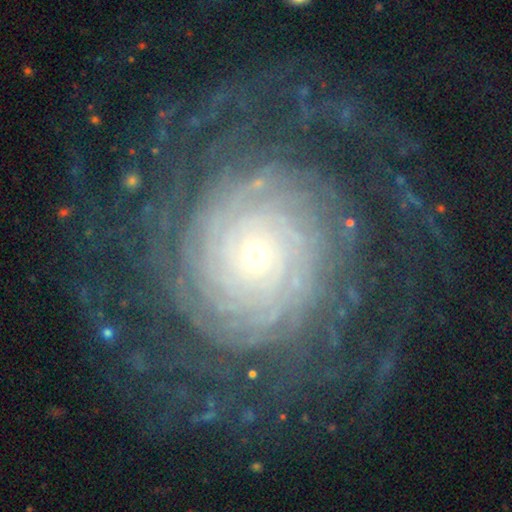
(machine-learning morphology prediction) Smooth or featured? featured or disk (89%)
Edge-on disk? no (98%)
Bar? no (81%)
Spiral arms? yes (98%)
Spiral winding? tight (84%)
Spiral arm count? more than 4 (29%)
Bulge size? small (72%)
Merging? none (77%)